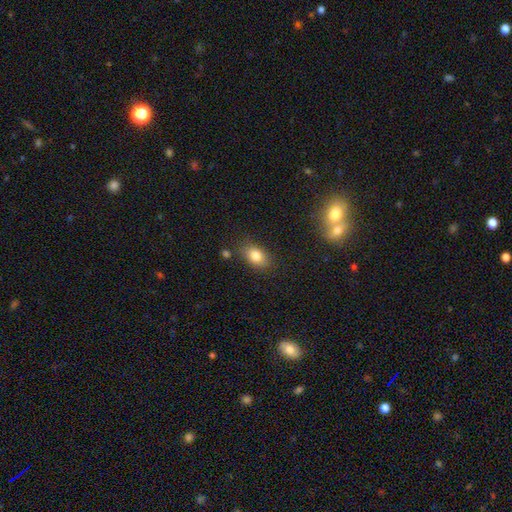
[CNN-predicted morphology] The model was most divided on "merging": none: 78%, minor disturbance: 14%, merger: 4%, major disturbance: 4%. More confident: how rounded — in between (83%); smooth or featured — smooth (82%).